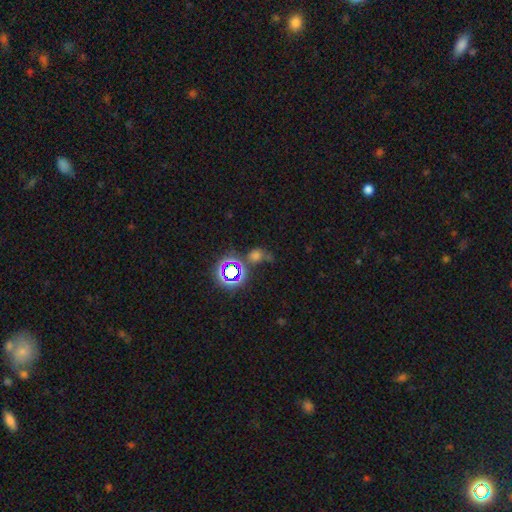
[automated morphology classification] type=smooth (48%); merging=none (51%).